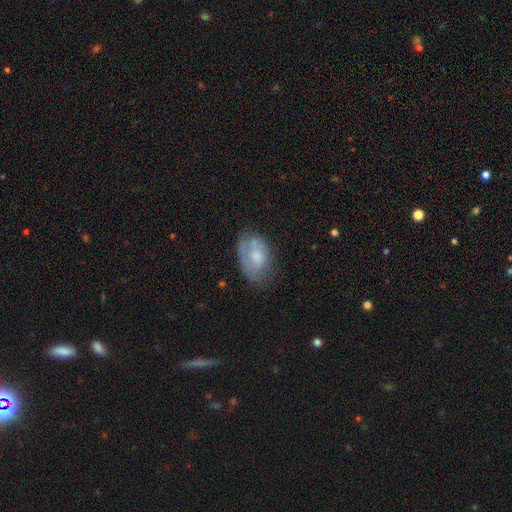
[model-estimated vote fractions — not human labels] The model was most divided on "smooth or featured": smooth: 55%, featured or disk: 37%, star or artifact: 8%. Remaining: how rounded — in between (87%); merging — none (50%).